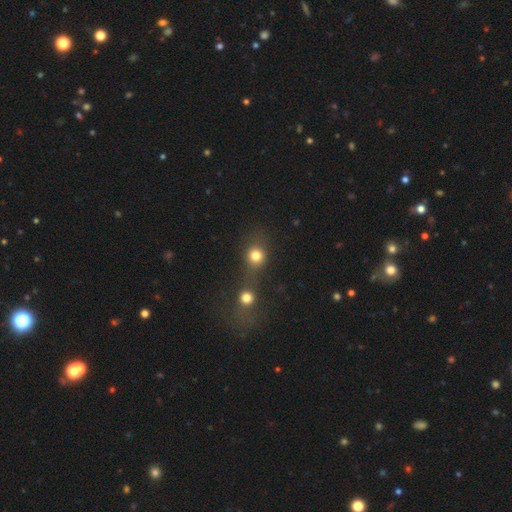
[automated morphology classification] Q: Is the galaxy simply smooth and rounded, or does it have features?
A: smooth — 77%.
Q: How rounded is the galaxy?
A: round — 81%.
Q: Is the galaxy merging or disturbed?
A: none — 45%.